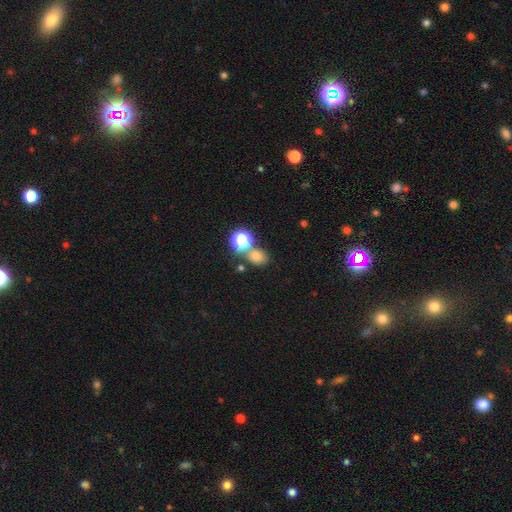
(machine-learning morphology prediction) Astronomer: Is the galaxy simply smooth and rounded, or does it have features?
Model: smooth — 72%.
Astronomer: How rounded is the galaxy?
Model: round — 55% (runner-up: in between, 44%).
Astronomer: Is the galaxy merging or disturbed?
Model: none — 62%.